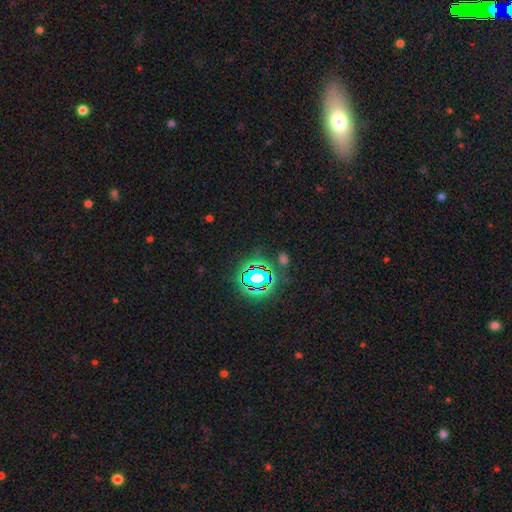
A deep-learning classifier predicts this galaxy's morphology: star or artifact 70%, smooth 17%, featured or disk 13%.